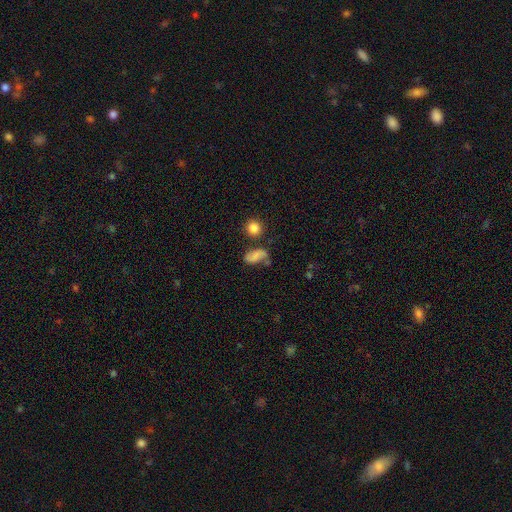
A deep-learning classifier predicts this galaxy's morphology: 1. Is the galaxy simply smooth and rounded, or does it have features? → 60% smooth, 27% featured or disk, 13% star or artifact.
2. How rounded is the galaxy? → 82% in between, 13% round, 6% cigar-shaped.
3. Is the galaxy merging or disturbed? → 50% none, 24% minor disturbance, 13% merger, 13% major disturbance.